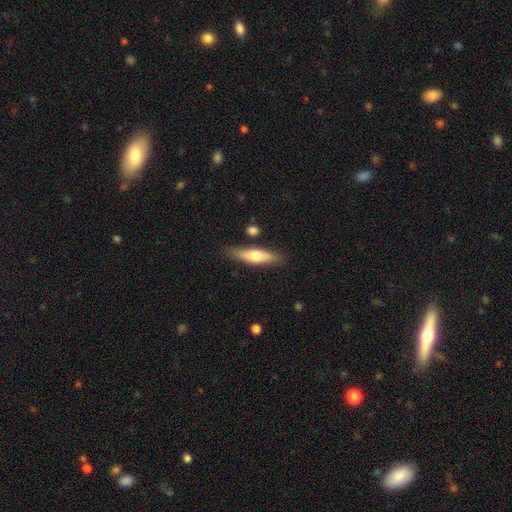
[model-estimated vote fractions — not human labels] This appears to be a smooth galaxy with no disk features (61%) that is cigar-shaped (62%). Merging: none (77%).